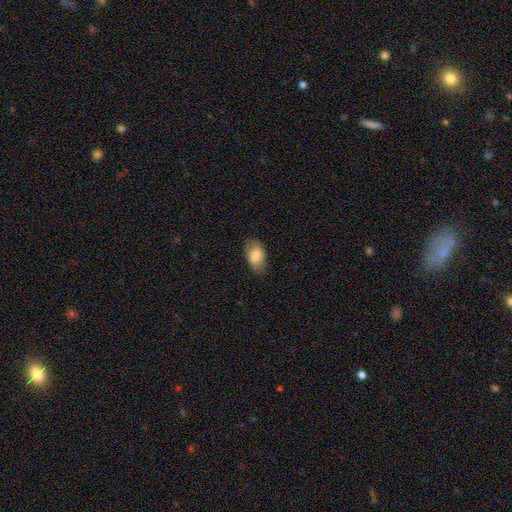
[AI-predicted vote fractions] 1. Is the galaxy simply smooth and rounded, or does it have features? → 81% smooth, 12% featured or disk, 7% star or artifact.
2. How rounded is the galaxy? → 91% in between, 8% round, 2% cigar-shaped.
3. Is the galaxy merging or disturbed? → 73% none, 21% minor disturbance, 5% major disturbance, 1% merger.